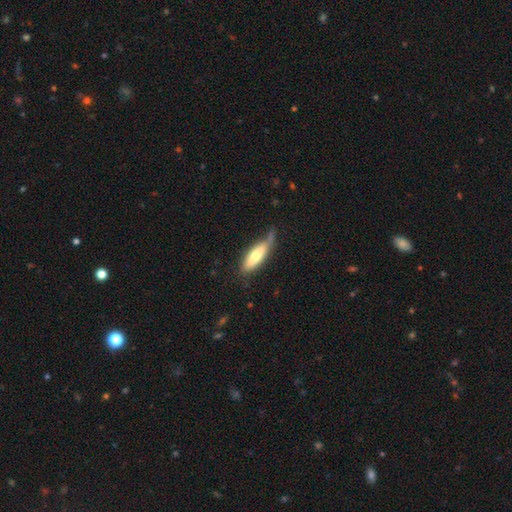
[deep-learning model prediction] This appears to be a smooth galaxy with no disk features (66%) that is cigar-shaped (52%). Merging: none (53%).